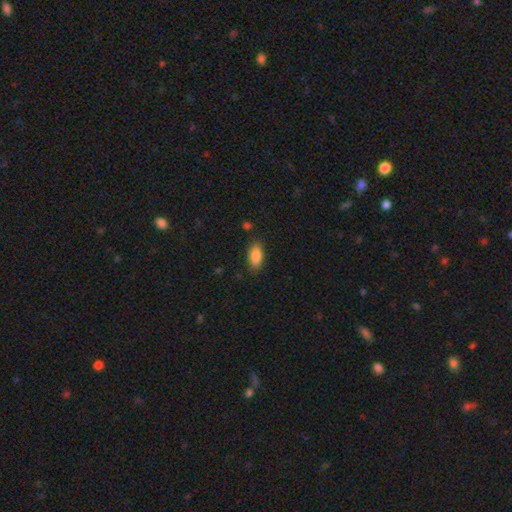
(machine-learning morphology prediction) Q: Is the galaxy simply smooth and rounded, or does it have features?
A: smooth — 87%.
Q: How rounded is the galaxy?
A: in between — 89%.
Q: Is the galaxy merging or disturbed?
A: none — 85%.